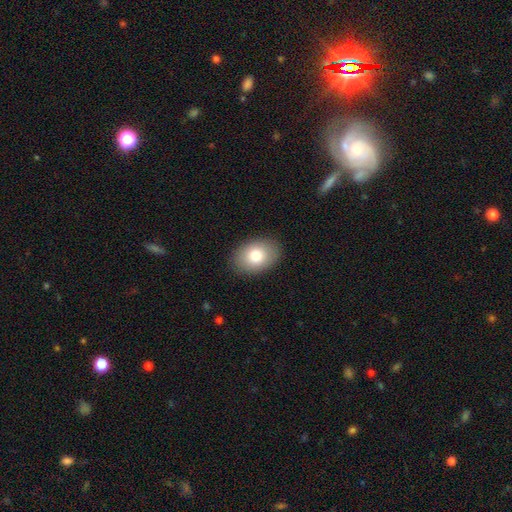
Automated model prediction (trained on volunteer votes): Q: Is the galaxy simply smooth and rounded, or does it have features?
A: smooth — 81%.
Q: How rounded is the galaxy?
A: in between — 79%.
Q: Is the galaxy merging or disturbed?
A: none — 88%.